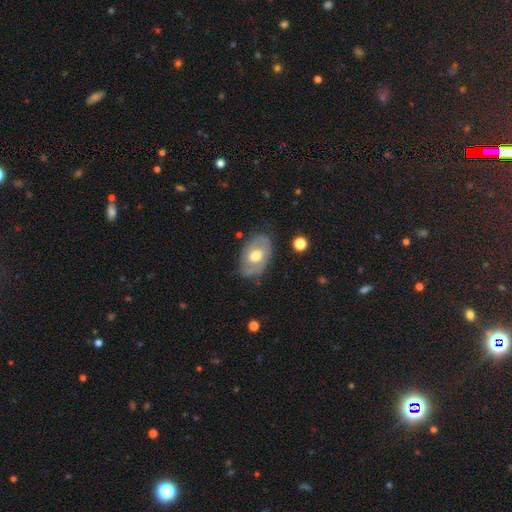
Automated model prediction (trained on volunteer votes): Smooth or featured? featured or disk (58%)
Edge-on disk? no (93%)
Bar? no (64%)
Spiral arms? yes (53%)
Bulge size? moderate (72%)
Merging? none (69%)